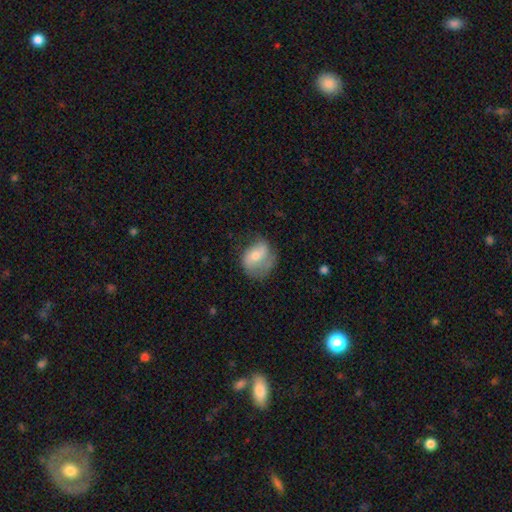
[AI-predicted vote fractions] This is possibly a smooth galaxy (48%). Merging: possibly none (47%).